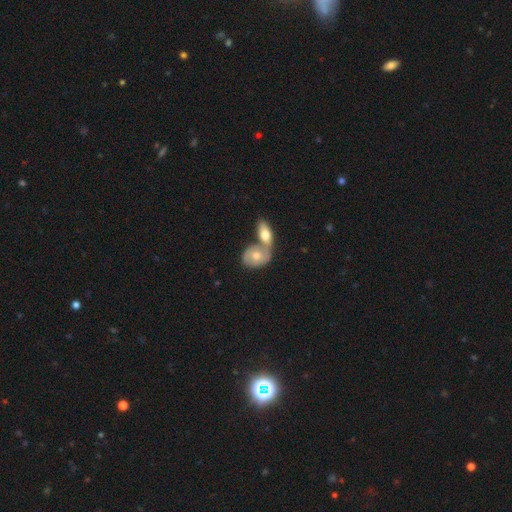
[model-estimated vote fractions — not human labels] A smooth galaxy with no disk features (53%) that is in between round and cigar-shaped (71%).

Vote fractions:
- Smooth or featured? smooth: 53% / featured or disk: 41% / star or artifact: 6%
- How rounded? in between: 71% / round: 26% / cigar-shaped: 3%
- Merging? merger: 68% / none: 21% / minor disturbance: 7% / major disturbance: 4%